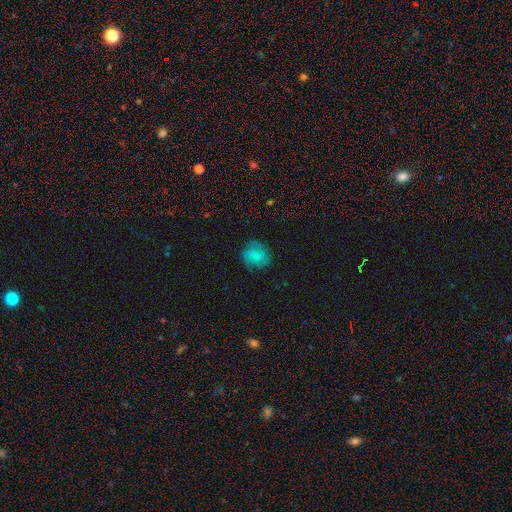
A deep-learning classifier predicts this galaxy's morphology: smooth-or-featured: smooth: 57% | featured or disk: 33% | star or artifact: 9%
  how-rounded: round: 79% | in between: 20% | cigar-shaped: 1%
  merging: none: 75% | minor disturbance: 17% | major disturbance: 7% | merger: 1%